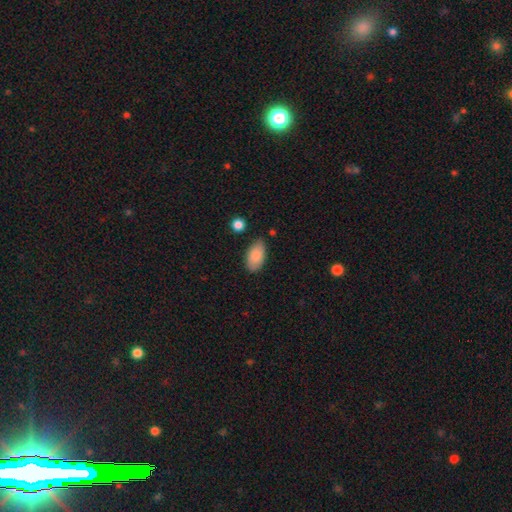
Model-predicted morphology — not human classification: smooth-or-featured: smooth: 85% | featured or disk: 8% | star or artifact: 7%
  how-rounded: in between: 94% | round: 4% | cigar-shaped: 3%
  merging: none: 76% | minor disturbance: 18% | major disturbance: 3% | merger: 3%